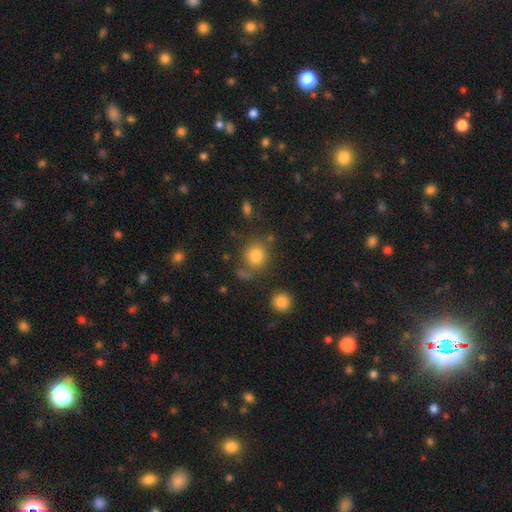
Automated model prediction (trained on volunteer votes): smooth_or_featured: smooth (p=0.81) [alt: star or artifact p=0.12]
how_rounded: round (p=0.82) [alt: in between p=0.17]
merging: none (p=0.70) [alt: minor disturbance p=0.12]